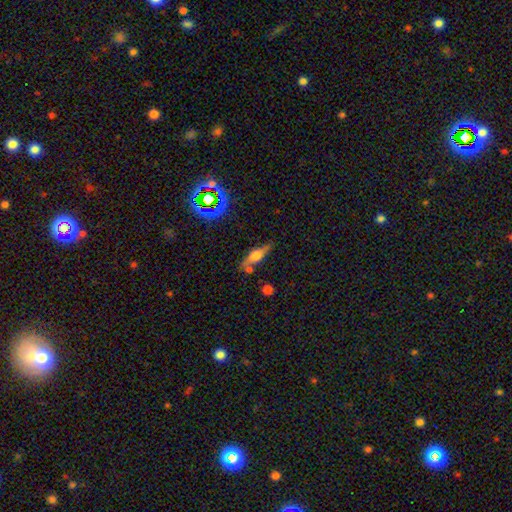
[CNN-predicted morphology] A featured or disk galaxy (45%). Merging: none (65%).